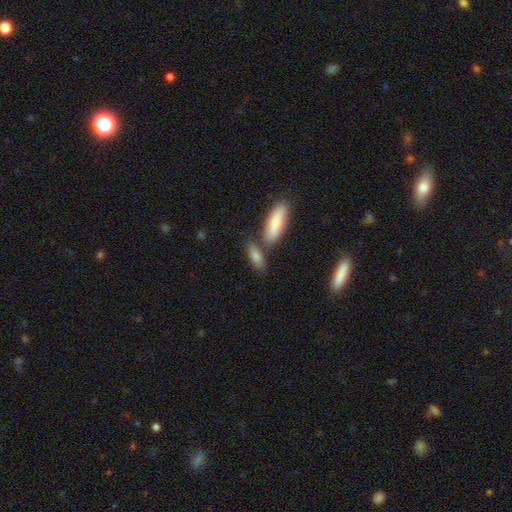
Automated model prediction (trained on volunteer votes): A smooth galaxy with no disk features (77%) that is in between round and cigar-shaped (60%).

Vote fractions:
- Smooth or featured? smooth: 77% / featured or disk: 15% / star or artifact: 8%
- How rounded? in between: 60% / cigar-shaped: 36% / round: 4%
- Merging? none: 59% / merger: 26% / minor disturbance: 11% / major disturbance: 3%